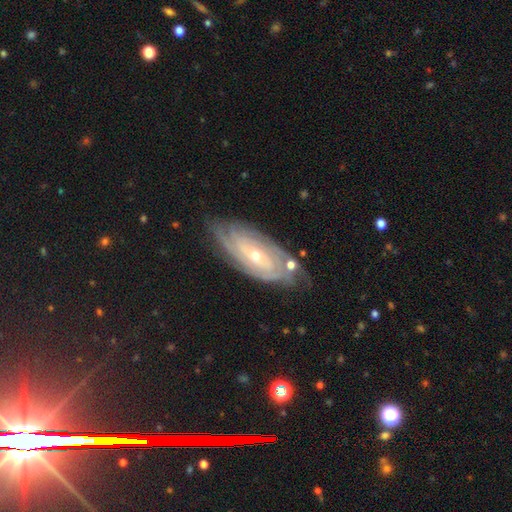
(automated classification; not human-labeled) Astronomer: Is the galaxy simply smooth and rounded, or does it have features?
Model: featured or disk — 85%.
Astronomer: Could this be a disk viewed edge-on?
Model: no — 91%.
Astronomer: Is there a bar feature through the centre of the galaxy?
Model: no — 60%.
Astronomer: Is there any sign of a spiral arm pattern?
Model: yes — 95%.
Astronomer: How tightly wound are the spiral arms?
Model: tight — 77%.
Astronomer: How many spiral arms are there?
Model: can't tell — 39% (runner-up: 4, 20%).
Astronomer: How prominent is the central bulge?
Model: small — 65%.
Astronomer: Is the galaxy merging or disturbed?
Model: none — 72%.